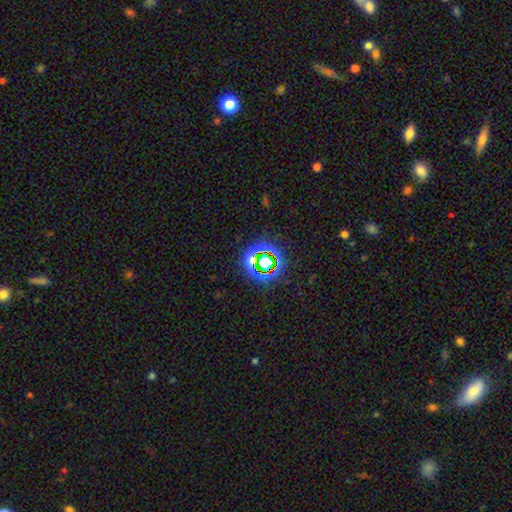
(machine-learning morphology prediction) type=star or artifact (72%).